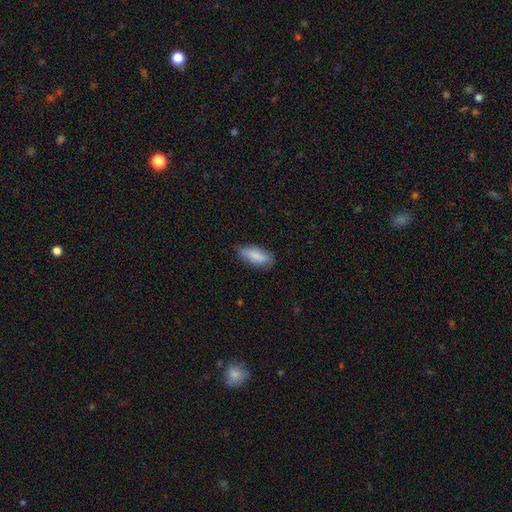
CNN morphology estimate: smooth-or-featured: smooth: 85% | featured or disk: 9% | star or artifact: 6%
  how-rounded: in between: 81% | cigar-shaped: 17% | round: 2%
  merging: none: 71% | minor disturbance: 23% | major disturbance: 4% | merger: 1%